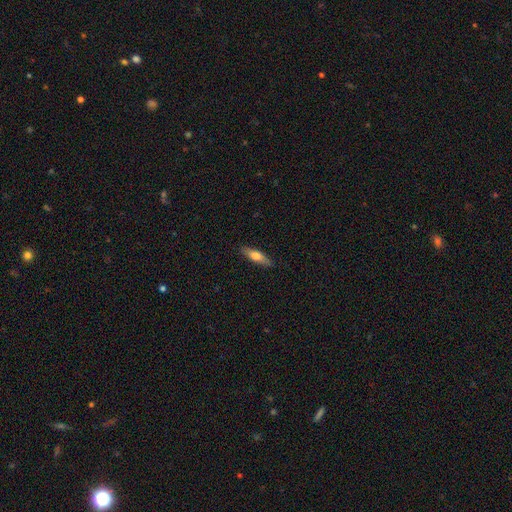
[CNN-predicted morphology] Overall: smooth (60%; featured or disk 34%). How rounded: cigar-shaped (63%; in between 35%). Merging: none (88%).